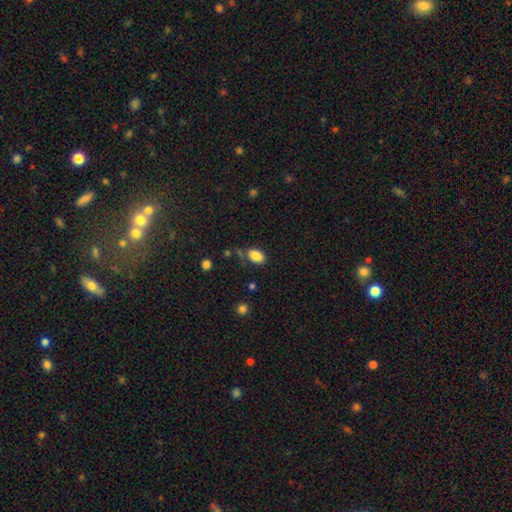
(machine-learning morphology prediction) A smooth galaxy with no disk features (86%) that is in between round and cigar-shaped (89%). Merging: none (69%).